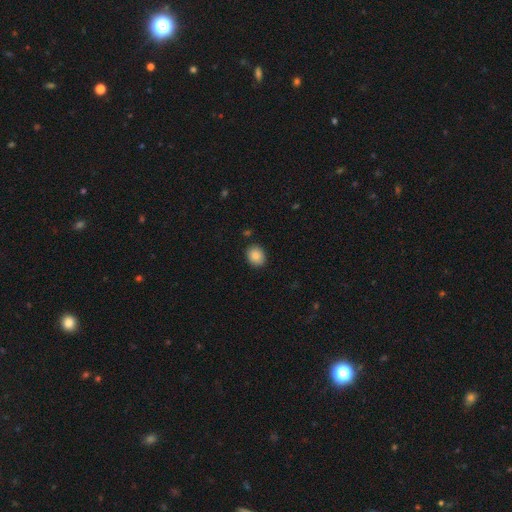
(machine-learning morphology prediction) smooth_or_featured: smooth (p=0.87) [alt: star or artifact p=0.08]
how_rounded: round (p=0.58) [alt: in between p=0.41]
merging: none (p=0.87) [alt: minor disturbance p=0.09]